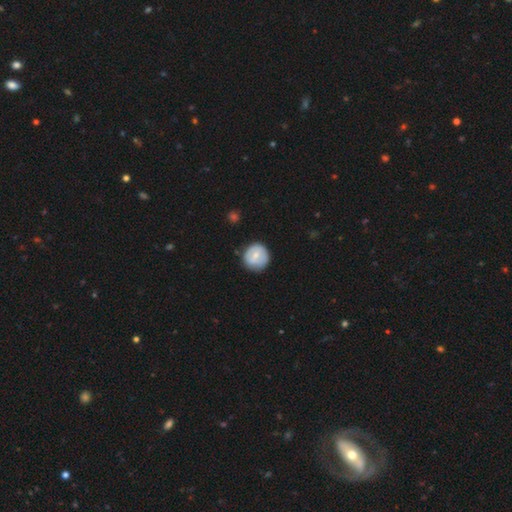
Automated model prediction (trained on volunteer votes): This is possibly a smooth galaxy (58%). How rounded: clearly round (91%). Merging: likely none (77%).